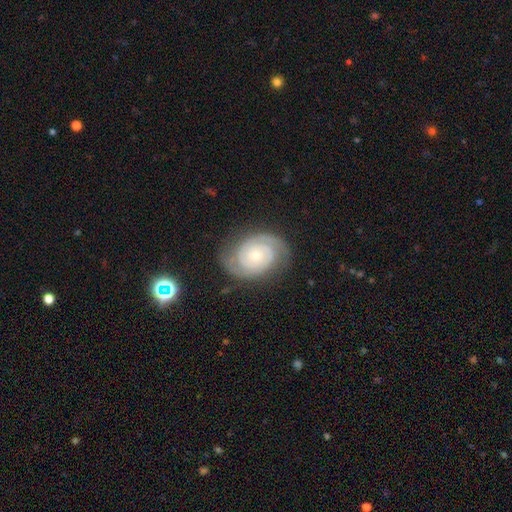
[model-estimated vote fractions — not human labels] Q: Smooth or featured?
A: featured or disk (88%); runner-up: smooth (7%)
Q: Edge-on disk?
A: no (97%); runner-up: yes (3%)
Q: Bar?
A: no (78%); runner-up: weak (17%)
Q: Spiral arms?
A: yes (97%); runner-up: no (3%)
Q: Spiral winding?
A: tight (69%); runner-up: medium (26%)
Q: Spiral arm count?
A: 2 (85%); runner-up: can't tell (5%)
Q: Bulge size?
A: small (65%); runner-up: moderate (31%)
Q: Merging?
A: none (81%); runner-up: minor disturbance (13%)